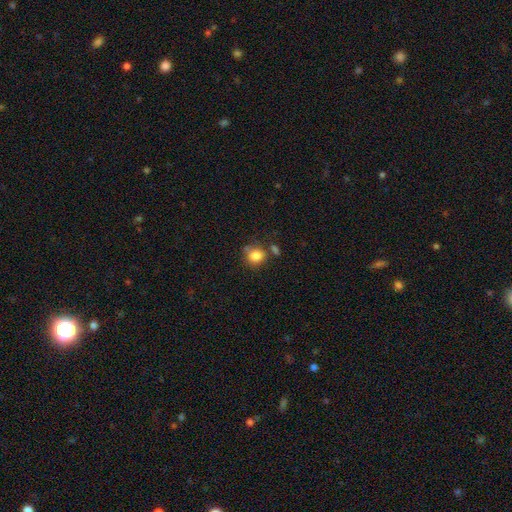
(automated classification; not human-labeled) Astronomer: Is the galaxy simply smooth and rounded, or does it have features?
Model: smooth — 83%.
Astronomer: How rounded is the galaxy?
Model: round — 77%.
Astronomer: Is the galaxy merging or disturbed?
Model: none — 64%.